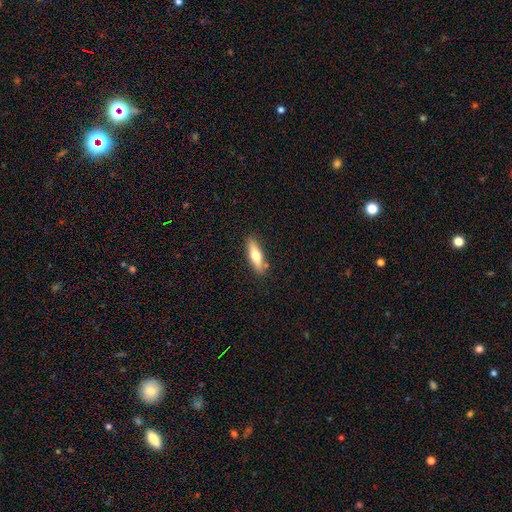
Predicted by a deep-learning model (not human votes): Smooth or featured? smooth (59%)
How rounded? cigar-shaped (58%)
Merging? none (86%)